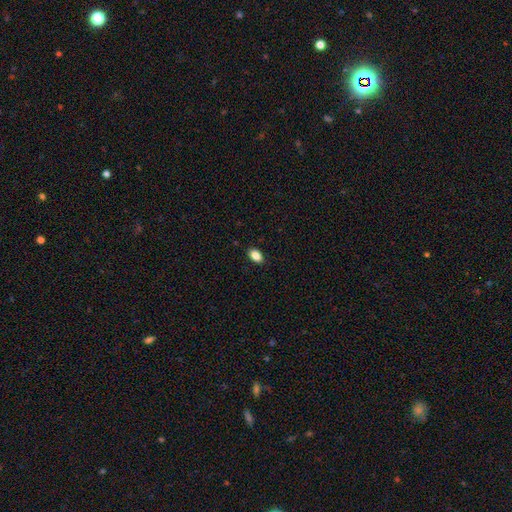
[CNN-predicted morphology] Smooth or featured? Predicted: smooth (p=0.86). How rounded? Predicted: in between (p=0.89). Merging? Predicted: none (p=0.89).